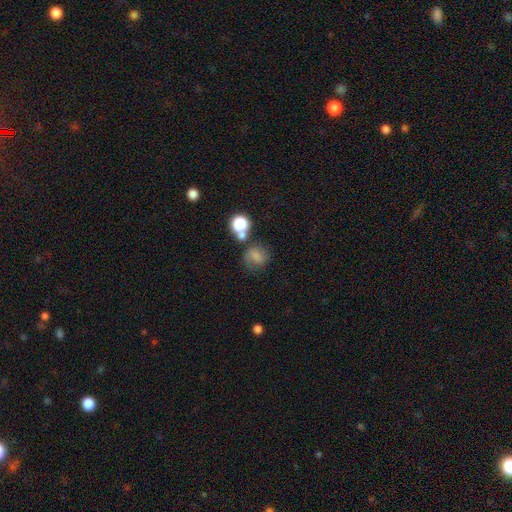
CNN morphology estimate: The model was most divided on "merging": none: 58%, minor disturbance: 19%, merger: 14%, major disturbance: 9%. More confident: how rounded — round (78%); smooth or featured — smooth (68%).